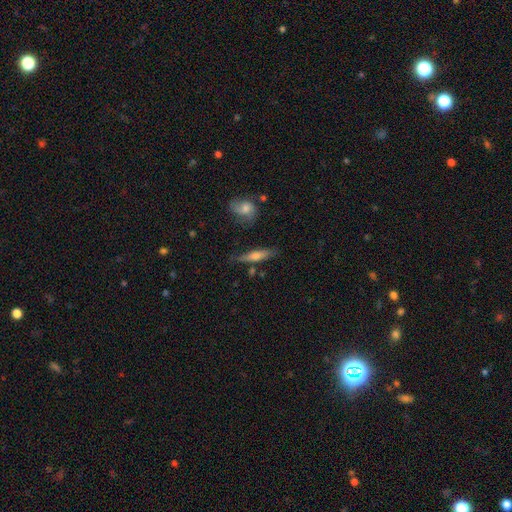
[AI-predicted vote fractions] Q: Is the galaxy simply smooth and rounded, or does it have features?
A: smooth — 47%.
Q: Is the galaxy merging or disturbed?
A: none — 74%.